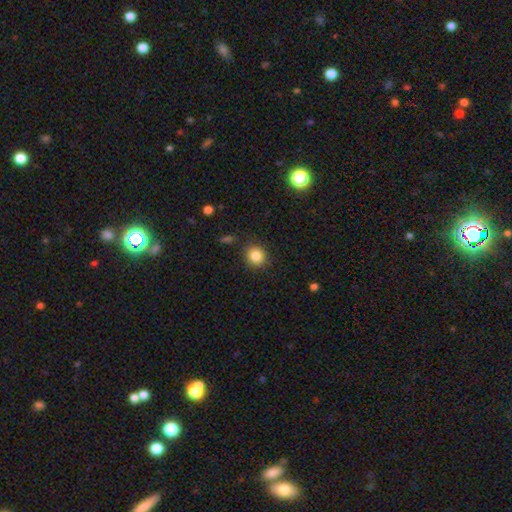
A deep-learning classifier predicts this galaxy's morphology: The model was most divided on "how rounded": round: 82%, in between: 17%, cigar-shaped: 1%. More confident: merging — none (87%); smooth or featured — smooth (85%).